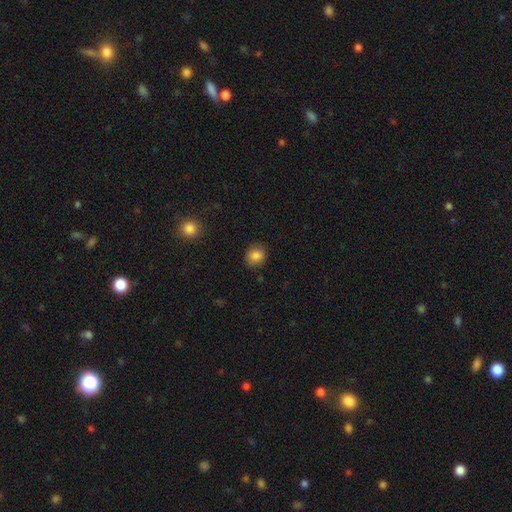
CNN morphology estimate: This appears to be a smooth galaxy with no disk features (85%) that is round (81%). Merging: none (87%).